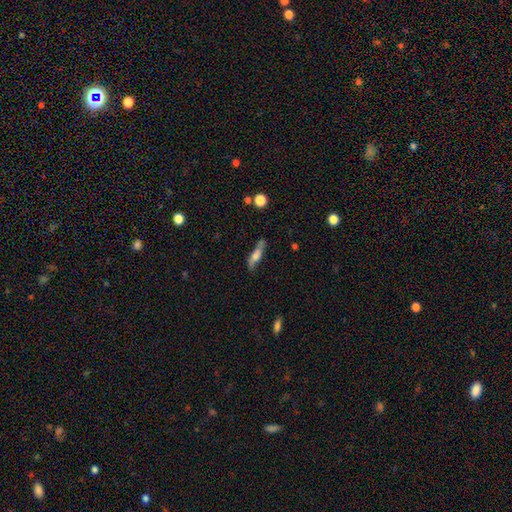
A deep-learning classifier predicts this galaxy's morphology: Smooth or featured? smooth (53%)
How rounded? cigar-shaped (72%)
Merging? none (66%)